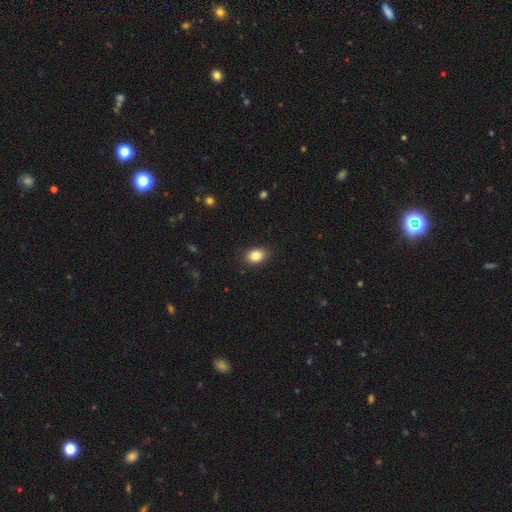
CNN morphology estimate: smooth_or_featured: smooth (p=0.84) [alt: star or artifact p=0.09]
how_rounded: in between (p=0.71) [alt: round p=0.28]
merging: none (p=0.88) [alt: minor disturbance p=0.09]